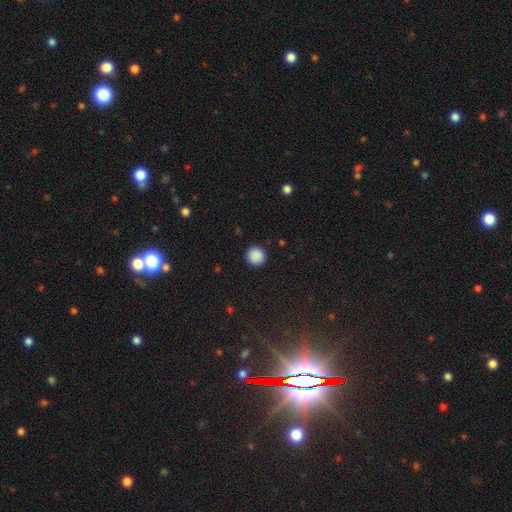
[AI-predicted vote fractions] A smooth galaxy with no disk features (89%) that is round (95%).

Vote fractions:
- Smooth or featured? smooth: 89% / star or artifact: 9% / featured or disk: 2%
- How rounded? round: 95% / in between: 4% / cigar-shaped: 1%
- Merging? none: 92% / minor disturbance: 5% / major disturbance: 2% / merger: 1%